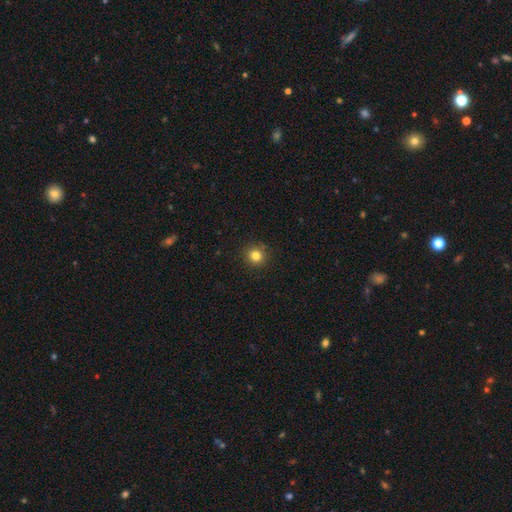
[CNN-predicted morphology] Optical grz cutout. It shows a smooth galaxy with no disk features (82%) that is round (93%). Merging: none (91%).